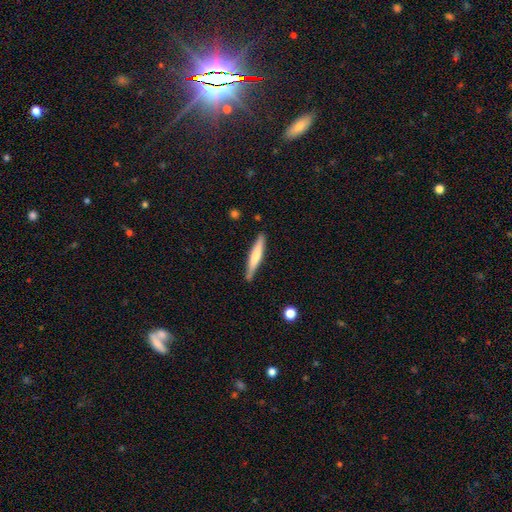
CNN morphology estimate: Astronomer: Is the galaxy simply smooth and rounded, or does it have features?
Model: smooth — 52% (runner-up: featured or disk, 43%).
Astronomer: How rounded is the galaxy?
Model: cigar-shaped — 93%.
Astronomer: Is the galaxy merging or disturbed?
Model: none — 85%.